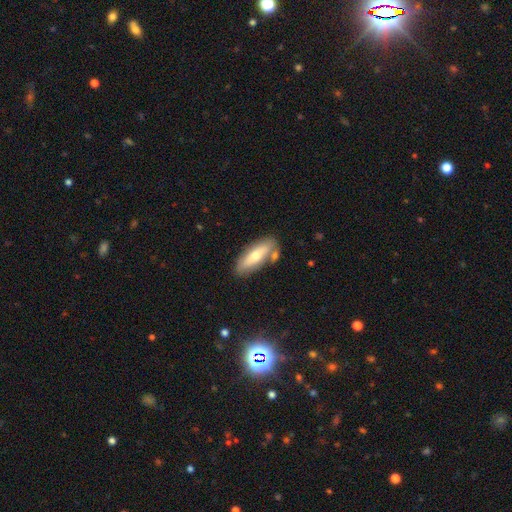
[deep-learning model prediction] Smooth or featured? Predicted: smooth (p=0.59). How rounded? Predicted: in between (p=0.60). Merging? Predicted: none (p=0.70).